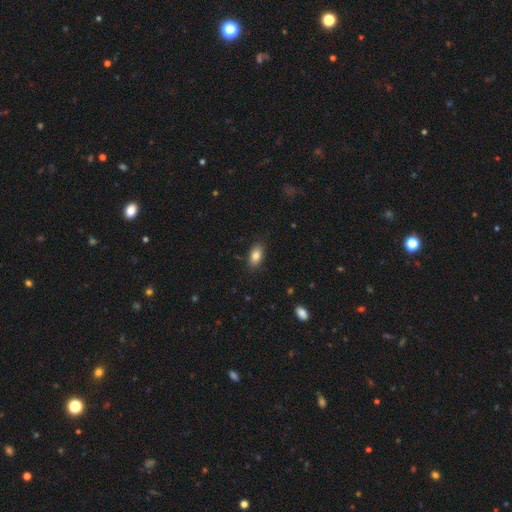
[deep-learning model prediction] smooth-or-featured: smooth: 85% | star or artifact: 8% | featured or disk: 7%
  how-rounded: in between: 90% | round: 7% | cigar-shaped: 4%
  merging: none: 85% | minor disturbance: 11% | major disturbance: 3% | merger: 1%